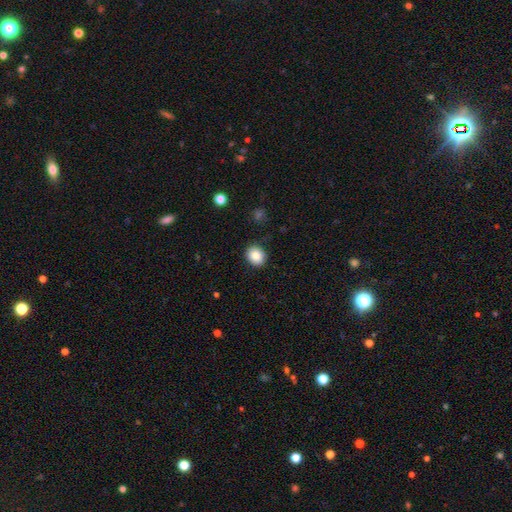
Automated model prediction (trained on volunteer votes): smooth-or-featured: smooth: 85% | star or artifact: 9% | featured or disk: 6%
  how-rounded: round: 67% | in between: 33% | cigar-shaped: 1%
  merging: none: 88% | minor disturbance: 8% | major disturbance: 2% | merger: 1%